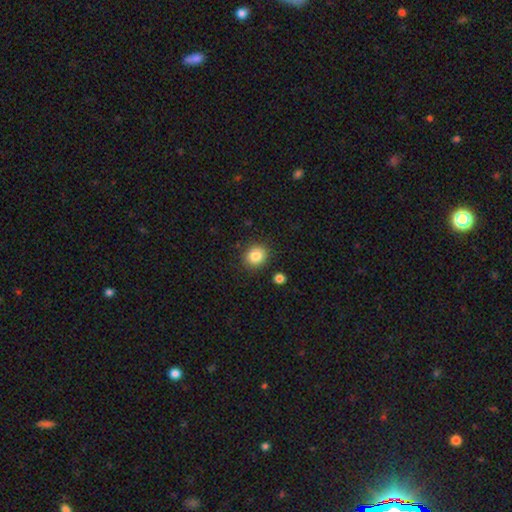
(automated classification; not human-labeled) A smooth galaxy with no disk features (85%) that is round (76%). Merging: none (88%).